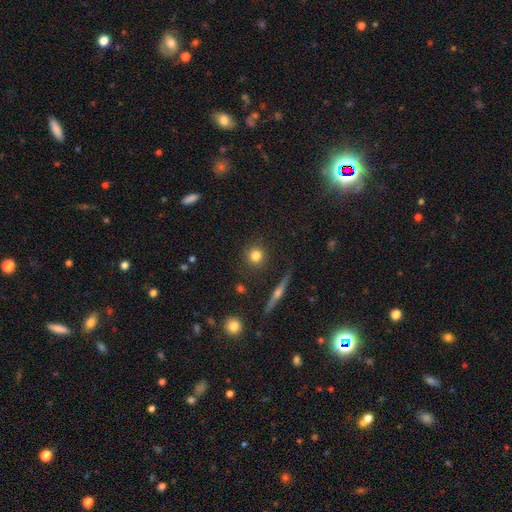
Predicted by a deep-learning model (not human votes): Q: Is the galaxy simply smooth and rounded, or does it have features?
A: smooth — 79%.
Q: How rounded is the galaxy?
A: round — 91%.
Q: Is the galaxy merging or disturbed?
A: none — 87%.